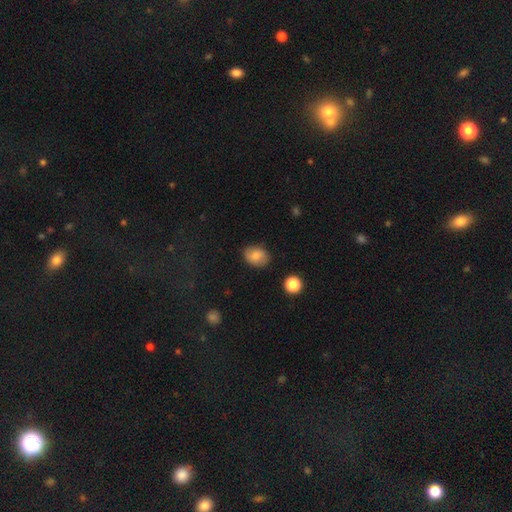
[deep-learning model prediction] A smooth galaxy with no disk features (81%) that is in between round and cigar-shaped (65%). Merging: none (82%).